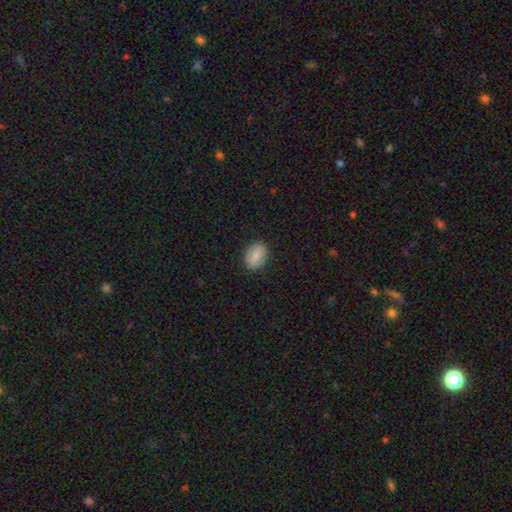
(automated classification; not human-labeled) smooth 83%, featured or disk 9%, star or artifact 8%. Down the decision tree: how rounded — in between (72%); merging — none (87%).